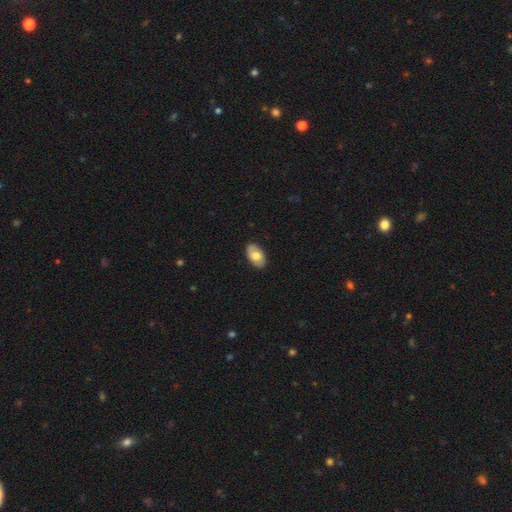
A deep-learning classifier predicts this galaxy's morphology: The model was most divided on "smooth or featured": smooth: 70%, featured or disk: 24%, star or artifact: 6%. More confident: how rounded — in between (94%); merging — none (87%).